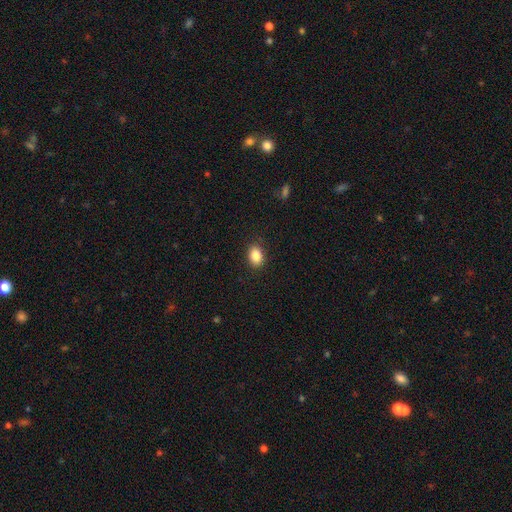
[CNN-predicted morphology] Q: Smooth or featured?
A: smooth (86%); runner-up: star or artifact (9%)
Q: How rounded?
A: in between (75%); runner-up: round (23%)
Q: Merging?
A: none (88%); runner-up: minor disturbance (9%)